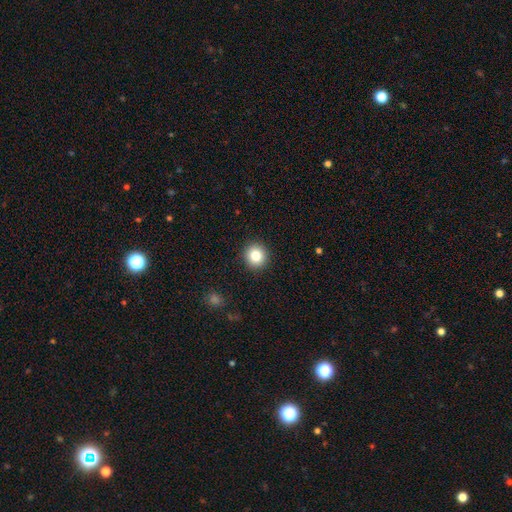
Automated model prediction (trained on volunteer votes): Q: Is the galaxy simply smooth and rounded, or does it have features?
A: smooth — 82%.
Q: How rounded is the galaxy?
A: round — 92%.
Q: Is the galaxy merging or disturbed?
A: none — 92%.